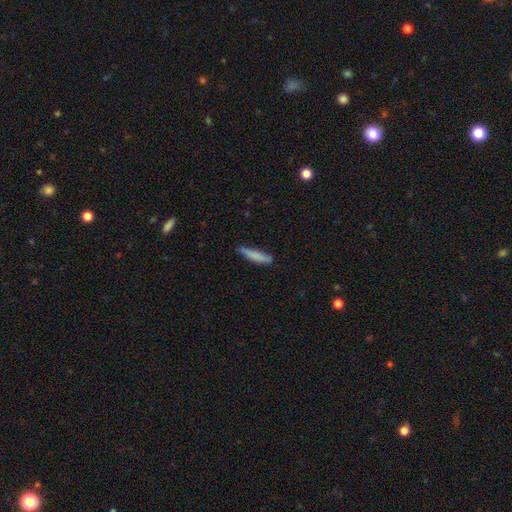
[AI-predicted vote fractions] Morphology: type=smooth (82%); roundness=cigar-shaped (86%); merging=none (74%).